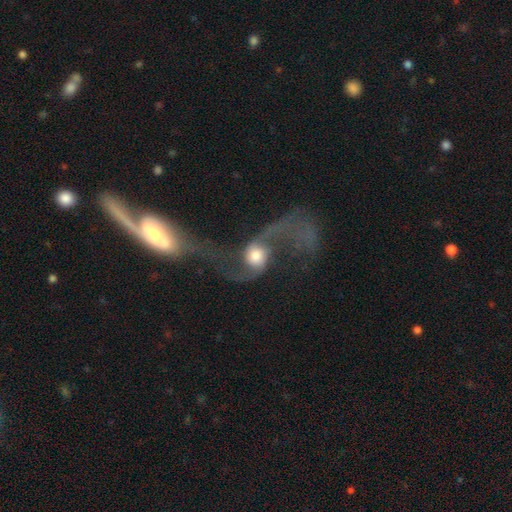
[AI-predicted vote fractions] A featured or disk galaxy (79%) with no bar (60%), 2 (93%) loose (90%) spiral arms (92%) and a moderate central bulge (39%). Merging: major disturbance (40%).